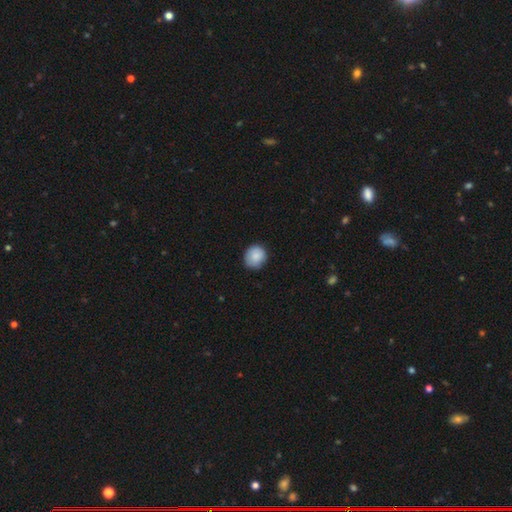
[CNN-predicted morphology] This is clearly a smooth galaxy (87%). How rounded: clearly round (83%). Merging: clearly none (81%).